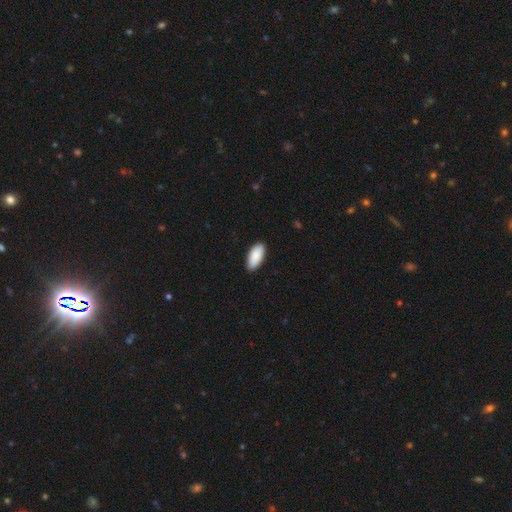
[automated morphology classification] This appears to be a smooth galaxy with no disk features (90%) that is in between round and cigar-shaped (91%). Merging: none (88%).